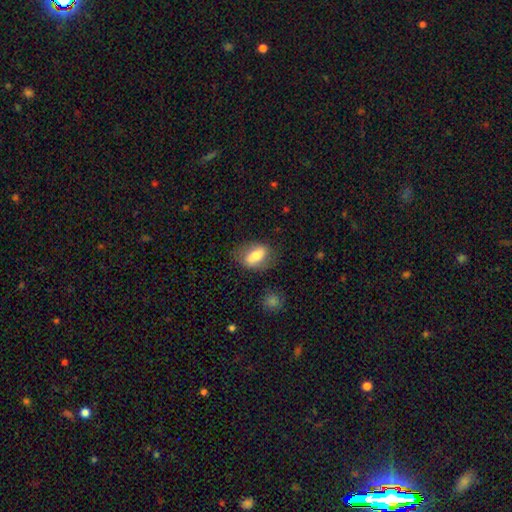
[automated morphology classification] smooth-or-featured: smooth: 71% | featured or disk: 22% | star or artifact: 7%
  how-rounded: in between: 85% | round: 11% | cigar-shaped: 4%
  merging: none: 73% | minor disturbance: 19% | major disturbance: 7% | merger: 2%